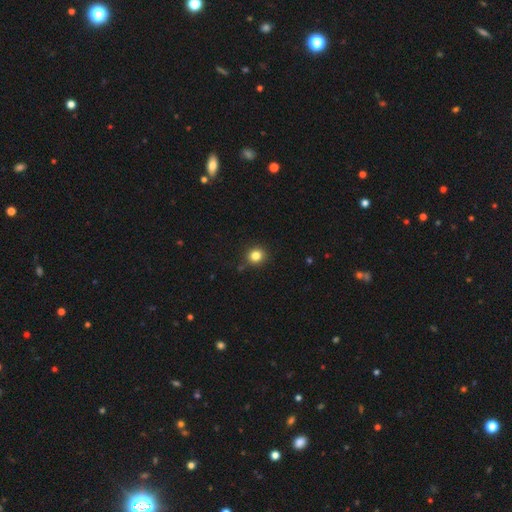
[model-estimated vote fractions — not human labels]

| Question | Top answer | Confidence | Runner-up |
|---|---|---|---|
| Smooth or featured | smooth | 82% | star or artifact (13%) |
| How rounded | round | 89% | in between (10%) |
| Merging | none | 88% | minor disturbance (8%) |